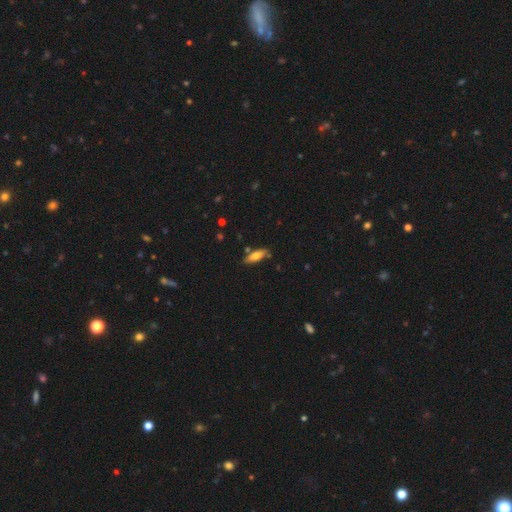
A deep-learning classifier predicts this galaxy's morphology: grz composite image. It shows a smooth galaxy with no disk features (69%) that is in between round and cigar-shaped (52%). Merging: none (80%).